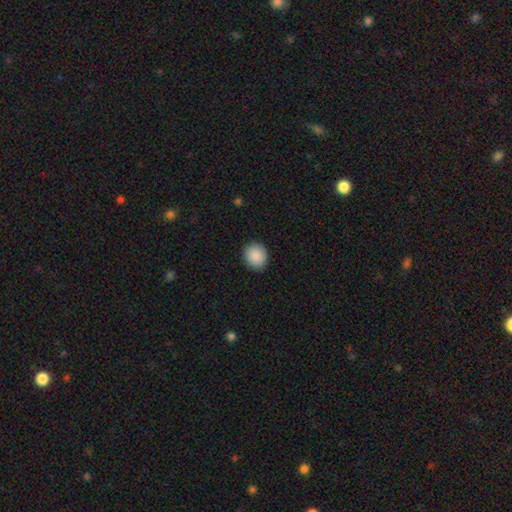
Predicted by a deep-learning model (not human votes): Overall: smooth (89%). How rounded: round (82%). Merging: none (90%).